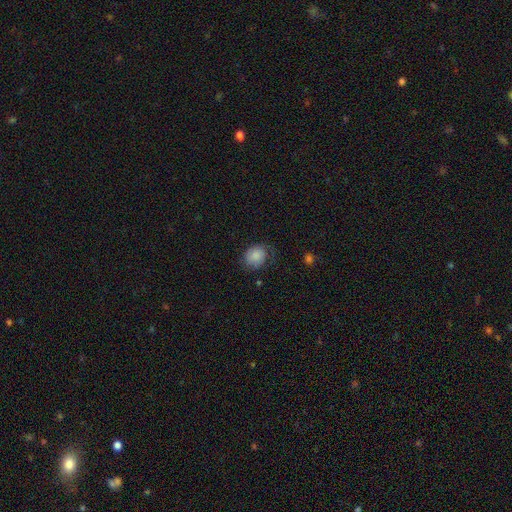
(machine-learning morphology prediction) smooth-or-featured: smooth: 77% | featured or disk: 15% | star or artifact: 8%
  how-rounded: round: 59% | in between: 40% | cigar-shaped: 1%
  merging: none: 54% | minor disturbance: 29% | major disturbance: 15% | merger: 2%